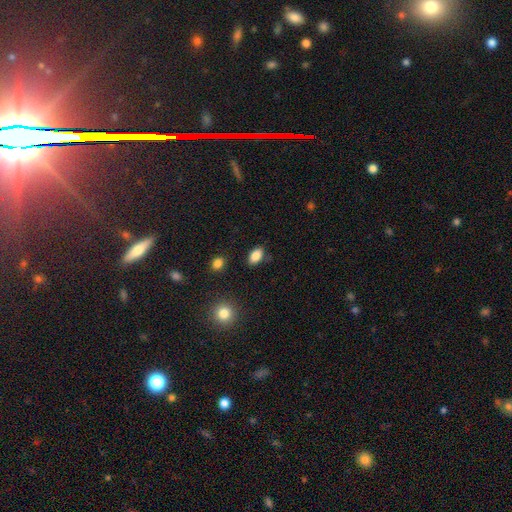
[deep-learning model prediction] smooth_or_featured: smooth (p=0.86) [alt: star or artifact p=0.09]
how_rounded: in between (p=0.91) [alt: round p=0.06]
merging: none (p=0.85) [alt: minor disturbance p=0.11]